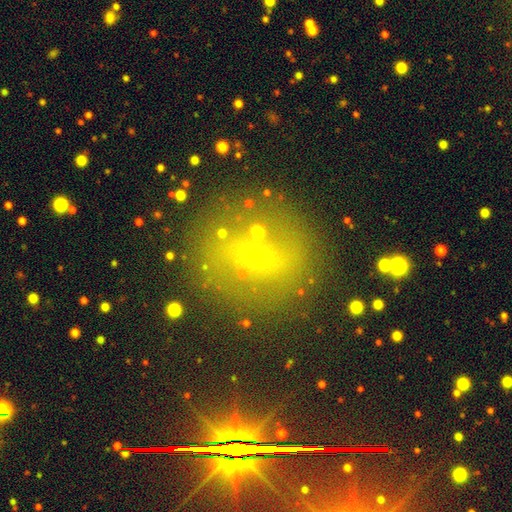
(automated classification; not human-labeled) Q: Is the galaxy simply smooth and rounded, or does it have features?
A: smooth — 45%.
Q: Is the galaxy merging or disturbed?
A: none — 79%.